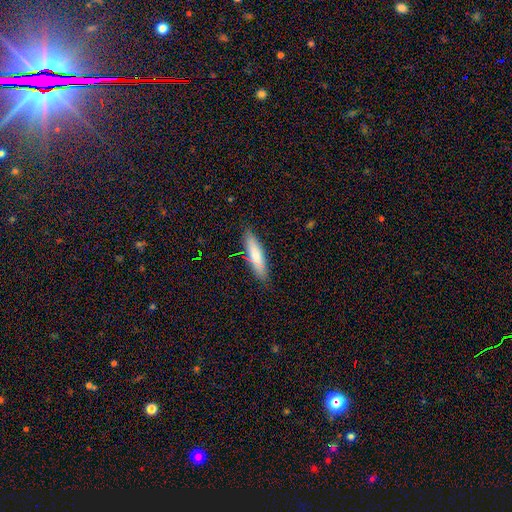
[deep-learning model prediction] Smooth or featured: smooth — 71% (featured or disk — 23%)
How rounded: cigar-shaped — 70% (in between — 28%)
Merging: none — 85% (minor disturbance — 11%)